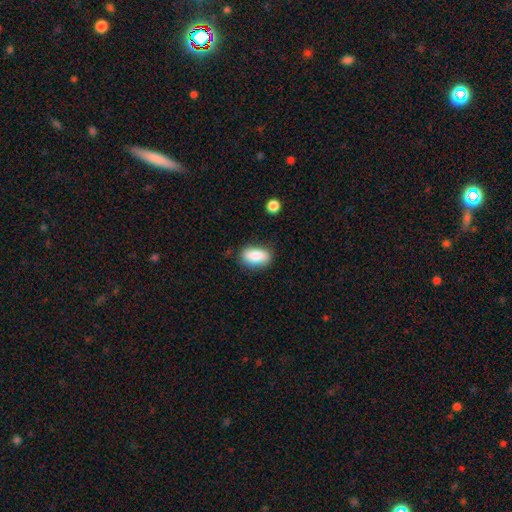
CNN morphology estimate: The model was most divided on "merging": none: 80%, minor disturbance: 15%, major disturbance: 3%, merger: 2%. More confident: how rounded — in between (89%); smooth or featured — smooth (85%).